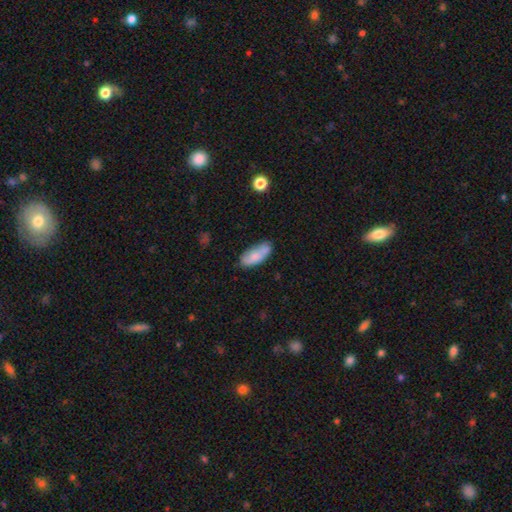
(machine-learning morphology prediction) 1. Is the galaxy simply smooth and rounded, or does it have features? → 76% smooth, 17% featured or disk, 7% star or artifact.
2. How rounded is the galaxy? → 81% in between, 17% cigar-shaped, 2% round.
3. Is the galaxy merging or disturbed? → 60% none, 24% minor disturbance, 10% merger, 6% major disturbance.